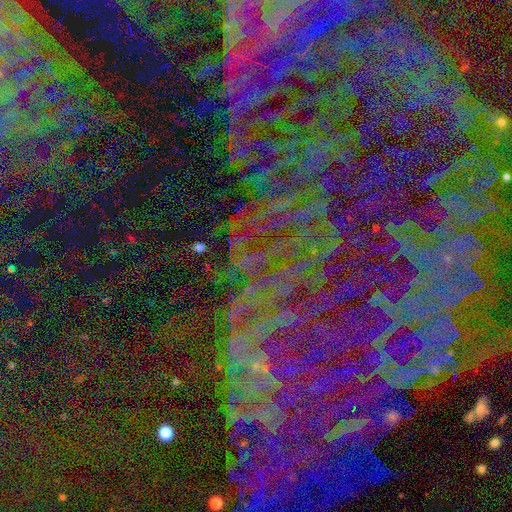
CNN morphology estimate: Smooth or featured?
  - star or artifact: 88% *
  - featured or disk: 6%
  - smooth: 6%